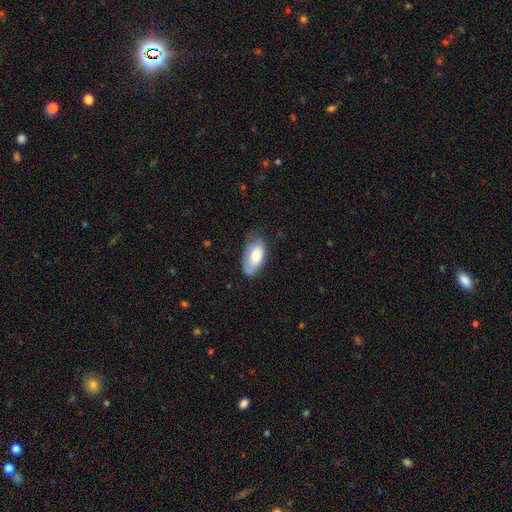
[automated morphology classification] smooth_or_featured: smooth (p=0.67) [alt: featured or disk p=0.27]
how_rounded: in between (p=0.94) [alt: cigar-shaped p=0.04]
merging: none (p=0.52) [alt: minor disturbance p=0.34]